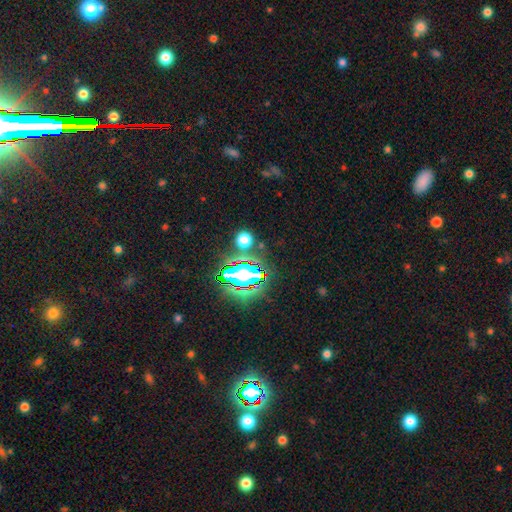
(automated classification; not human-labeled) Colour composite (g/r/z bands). It shows a star or artifact, not a galaxy (83%).